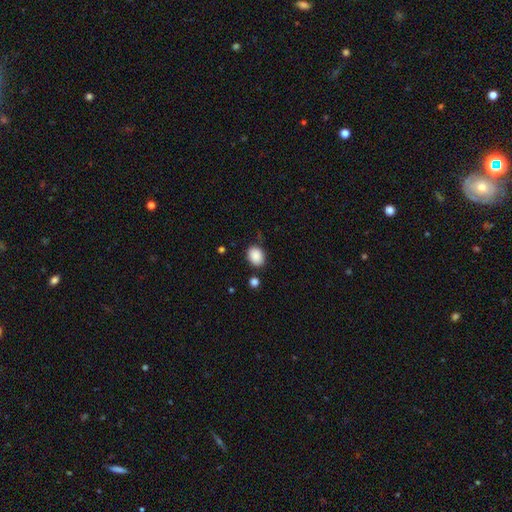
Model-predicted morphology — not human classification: smooth-or-featured: smooth: 89% | star or artifact: 8% | featured or disk: 3%
  how-rounded: in between: 63% | round: 36% | cigar-shaped: 1%
  merging: none: 78% | minor disturbance: 14% | merger: 4% | major disturbance: 4%